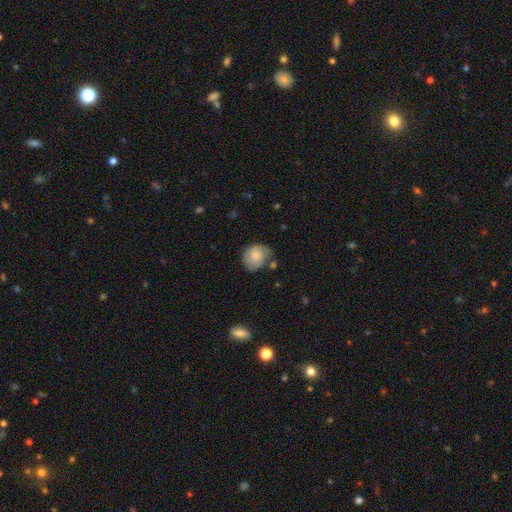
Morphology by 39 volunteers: Q: Smooth or featured?
A: smooth (77%); runner-up: featured or disk (13%)
Q: How rounded?
A: in between (53%); runner-up: round (47%)
Q: Merging?
A: none (37%); tied with: minor disturbance (37%)